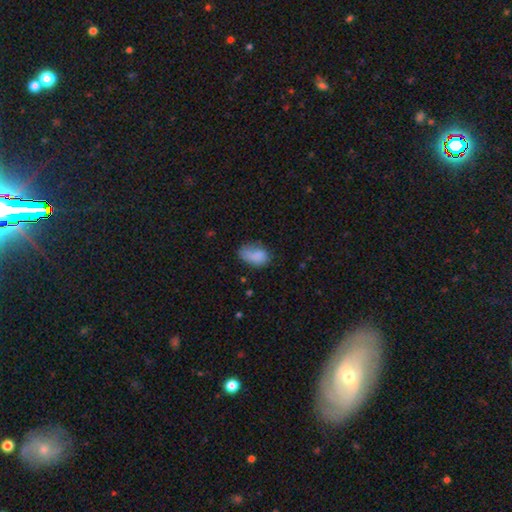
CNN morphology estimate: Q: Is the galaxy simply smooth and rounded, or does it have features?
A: smooth — 80%.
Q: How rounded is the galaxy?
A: in between — 88%.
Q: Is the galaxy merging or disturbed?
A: none — 45%.